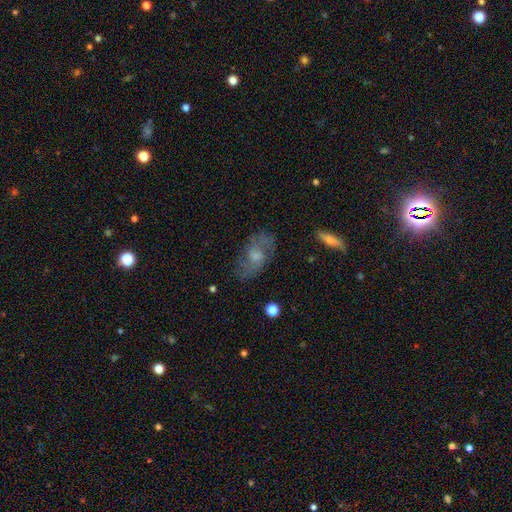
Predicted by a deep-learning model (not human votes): The model was most divided on "bulge size": moderate: 46%, small: 29%, none: 12%, large: 11%, dominant: 2%. More confident: edge-on disk — no (93%); spiral arms — yes (80%); merging — none (71%); smooth or featured — featured or disk (63%); bar — no (60%).